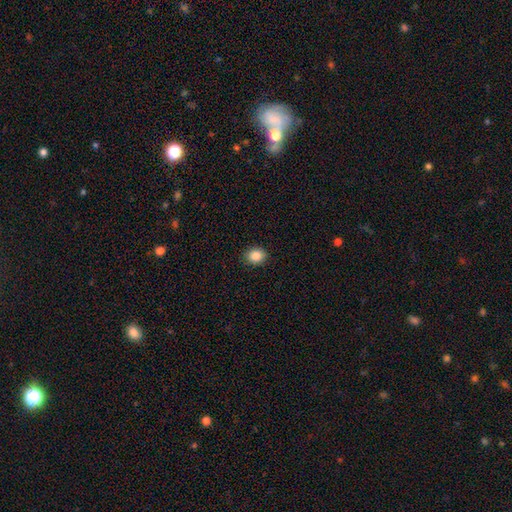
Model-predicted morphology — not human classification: This appears to be a smooth galaxy with no disk features (86%) that is round (59%). Merging: none (90%).